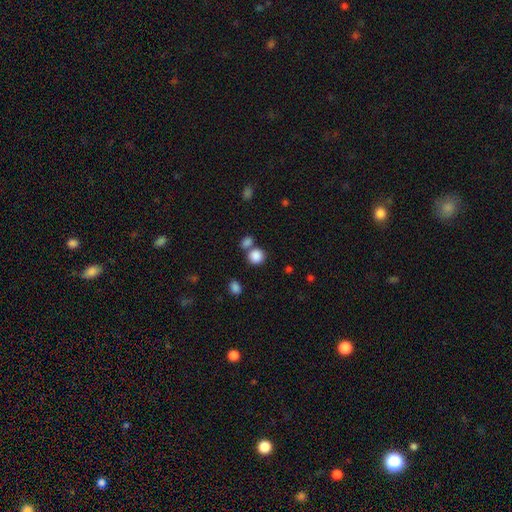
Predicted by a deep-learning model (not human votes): Morphology: type=smooth (86%); roundness=round (83%); merging=none (56%).